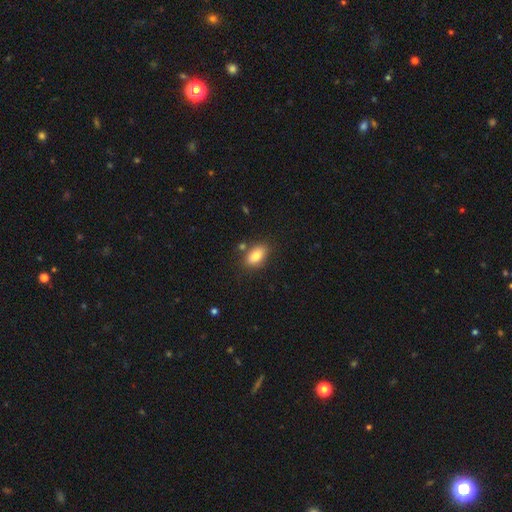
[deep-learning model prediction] smooth 82%, featured or disk 11%, star or artifact 8%. Down the decision tree: how rounded — in between (89%); merging — none (79%).